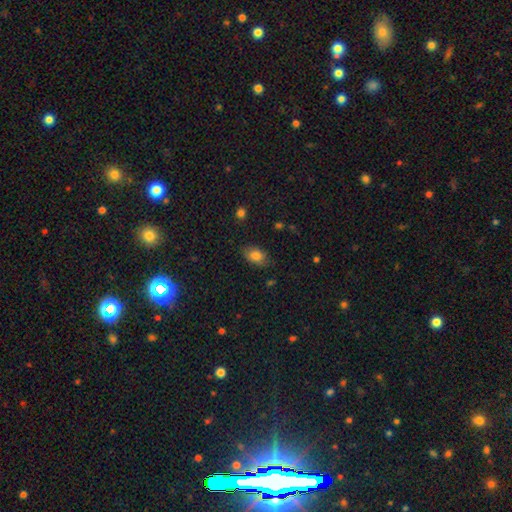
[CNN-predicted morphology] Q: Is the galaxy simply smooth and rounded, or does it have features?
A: smooth — 82%.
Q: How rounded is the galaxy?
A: in between — 86%.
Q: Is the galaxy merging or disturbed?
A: none — 81%.